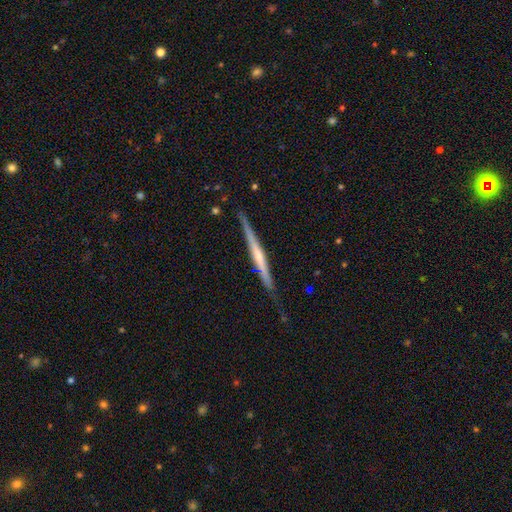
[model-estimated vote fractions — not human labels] This is likely a featured or disk galaxy (74%). It is clearly viewed edge-on (98%). Edge-on bulge: possibly rounded (51%). Merging: clearly none (86%).